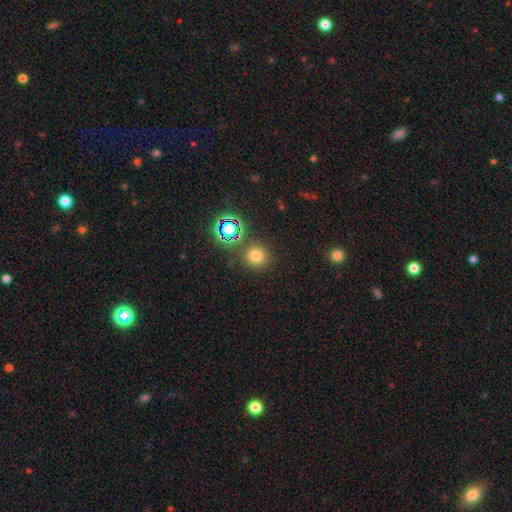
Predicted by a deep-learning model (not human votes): smooth-or-featured: smooth: 69% | star or artifact: 25% | featured or disk: 7%
  how-rounded: round: 92% | in between: 7% | cigar-shaped: 1%
  merging: none: 84% | minor disturbance: 8% | merger: 5% | major disturbance: 3%